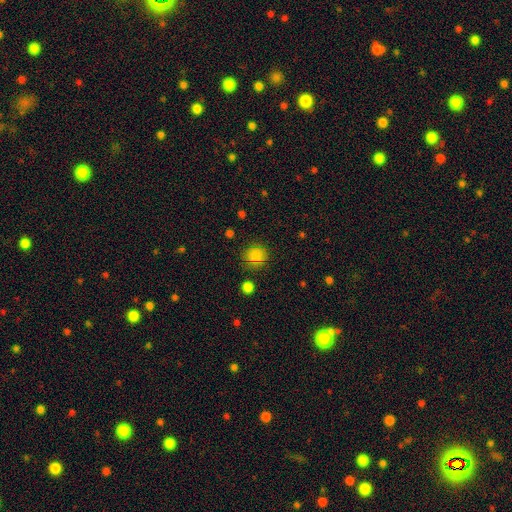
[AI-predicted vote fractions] Smooth or featured? smooth (82%)
How rounded? round (83%)
Merging? none (79%)